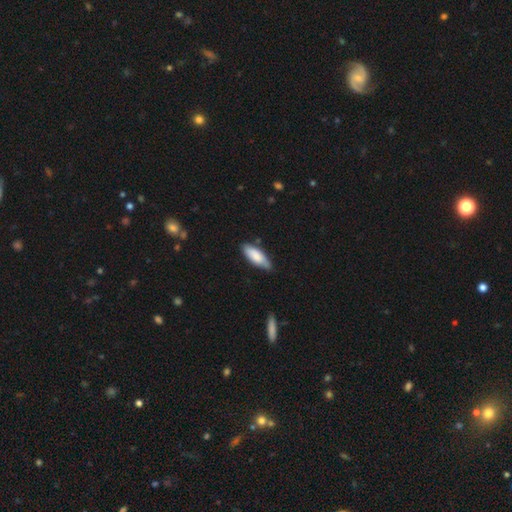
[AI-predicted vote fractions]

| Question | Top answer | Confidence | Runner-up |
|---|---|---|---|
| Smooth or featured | smooth | 80% | featured or disk (15%) |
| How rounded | in between | 69% | cigar-shaped (29%) |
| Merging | none | 76% | minor disturbance (20%) |